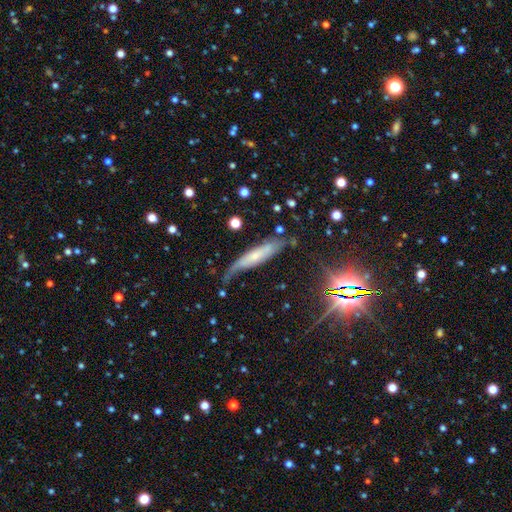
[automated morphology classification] smooth_or_featured: featured or disk (p=0.50) [alt: smooth p=0.38]
merging: none (p=0.47) [alt: minor disturbance p=0.34]